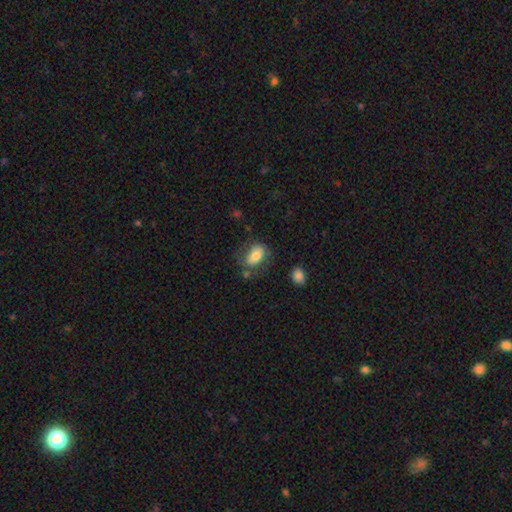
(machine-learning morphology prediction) Smooth or featured? Predicted: smooth (p=0.71). How rounded? Predicted: in between (p=0.88). Merging? Predicted: none (p=0.56).